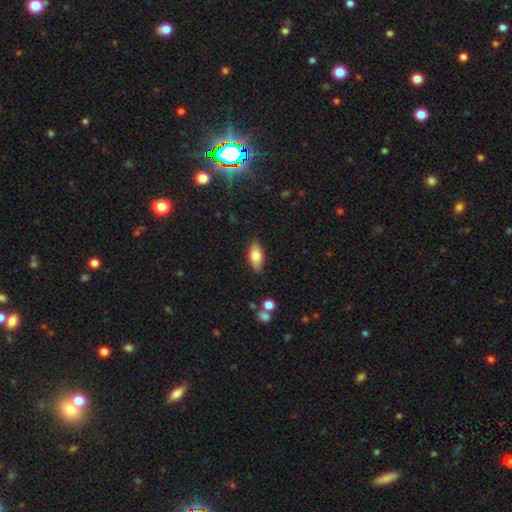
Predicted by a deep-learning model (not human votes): Smooth or featured: smooth — 78% (featured or disk — 15%)
How rounded: in between — 86% (cigar-shaped — 12%)
Merging: none — 85% (minor disturbance — 11%)